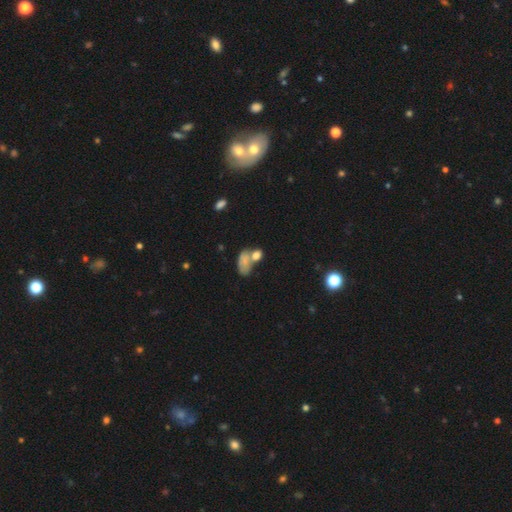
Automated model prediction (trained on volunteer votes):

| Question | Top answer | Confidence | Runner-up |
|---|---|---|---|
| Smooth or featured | smooth | 73% | featured or disk (14%) |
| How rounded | in between | 76% | round (22%) |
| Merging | merger | 47% | none (31%) |